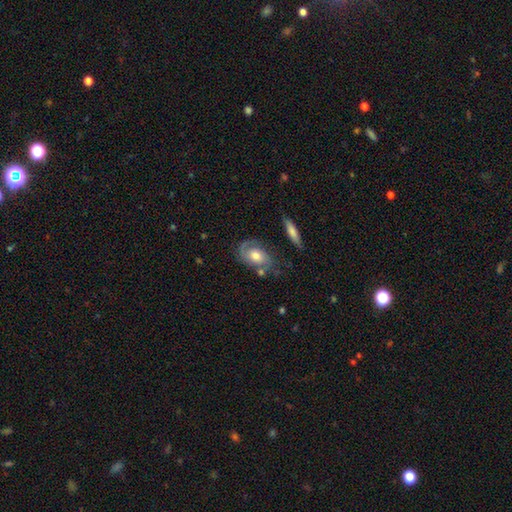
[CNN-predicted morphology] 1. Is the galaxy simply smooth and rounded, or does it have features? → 65% featured or disk, 29% smooth, 7% star or artifact.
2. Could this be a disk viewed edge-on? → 94% no, 6% yes.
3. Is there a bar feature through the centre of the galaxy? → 73% no, 22% weak, 4% strong.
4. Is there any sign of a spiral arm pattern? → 86% yes, 14% no.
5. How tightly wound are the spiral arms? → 42% tight, 40% medium, 18% loose.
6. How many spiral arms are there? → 54% 2, 30% 1, 12% can't tell, 2% 3, 1% 4, 1% more than 4.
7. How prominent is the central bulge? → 58% moderate, 27% large, 11% small, 2% none, 2% dominant.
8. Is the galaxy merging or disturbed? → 55% none, 22% minor disturbance, 15% major disturbance, 7% merger.